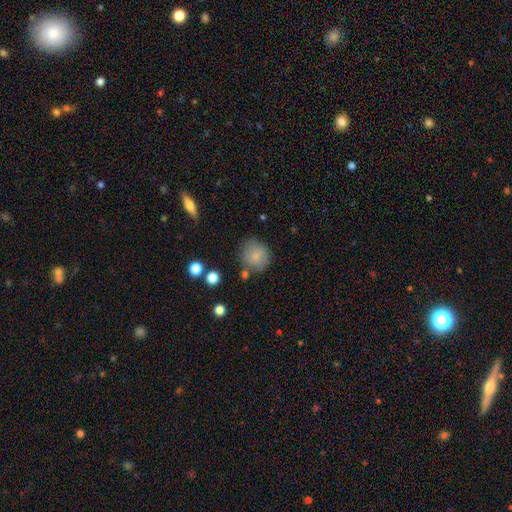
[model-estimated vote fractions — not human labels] Smooth or featured: smooth — 81% (featured or disk — 11%)
How rounded: round — 85% (in between — 14%)
Merging: none — 73% (minor disturbance — 16%)